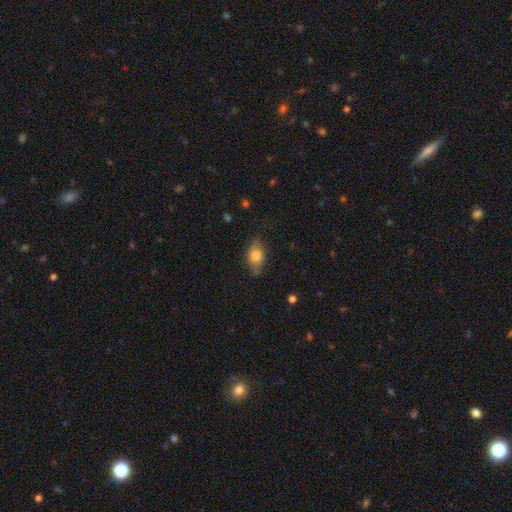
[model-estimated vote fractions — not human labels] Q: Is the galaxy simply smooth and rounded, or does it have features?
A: smooth — 65%.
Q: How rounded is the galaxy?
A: in between — 81%.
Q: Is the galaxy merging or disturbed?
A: none — 71%.